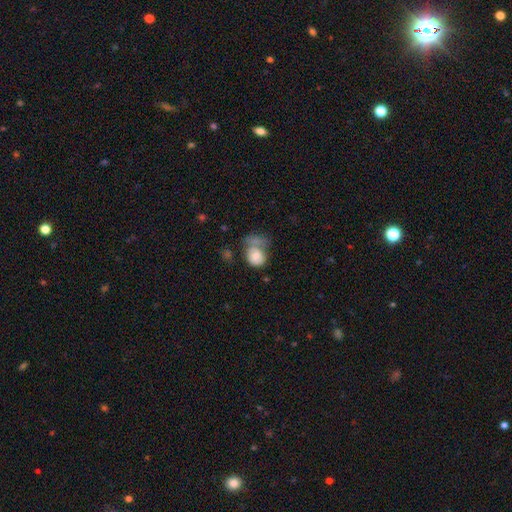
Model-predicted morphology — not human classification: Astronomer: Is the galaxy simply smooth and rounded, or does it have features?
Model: smooth — 70%.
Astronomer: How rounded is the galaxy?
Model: round — 54% (runner-up: in between, 45%).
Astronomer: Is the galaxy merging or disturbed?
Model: merger — 28% (runner-up: major disturbance, 26%).